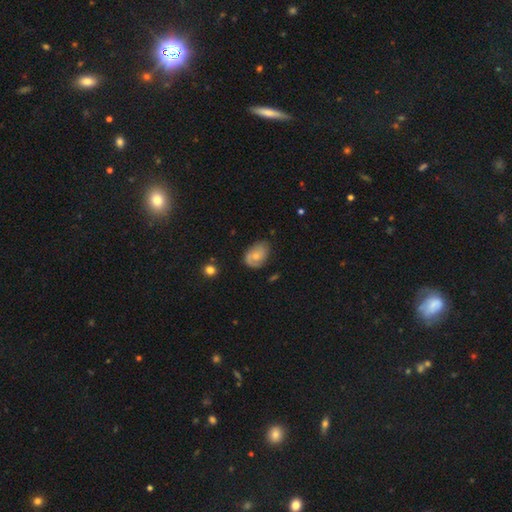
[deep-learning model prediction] Overall: featured or disk (47%; smooth 46%). Merging: none (61%; minor disturbance 28%).